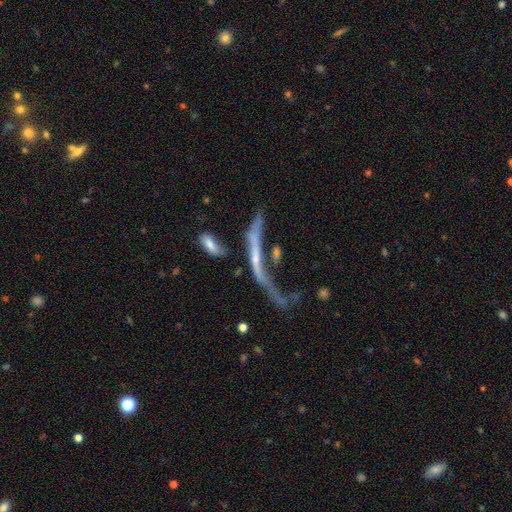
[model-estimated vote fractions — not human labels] Overall: featured or disk (61%; smooth 27%). Edge-on disk: no (50%, tied with yes). Merging: major disturbance (36%; merger 31%).